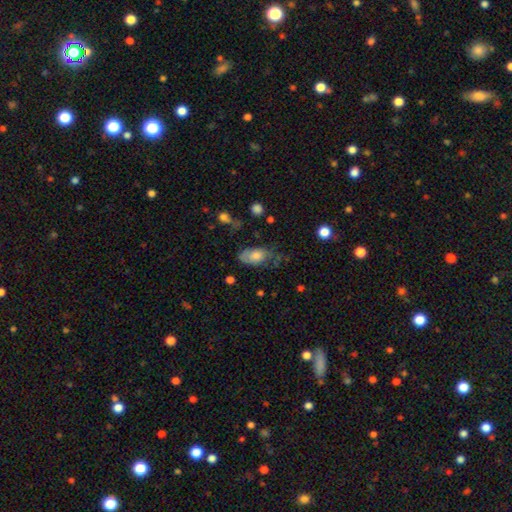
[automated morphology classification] Smooth or featured?
  - smooth: 68% *
  - featured or disk: 24%
  - star or artifact: 8%
How rounded?
  - in between: 89% *
  - round: 7%
  - cigar-shaped: 4%
Merging?
  - none: 47% *
  - minor disturbance: 33%
  - major disturbance: 17%
  - merger: 3%